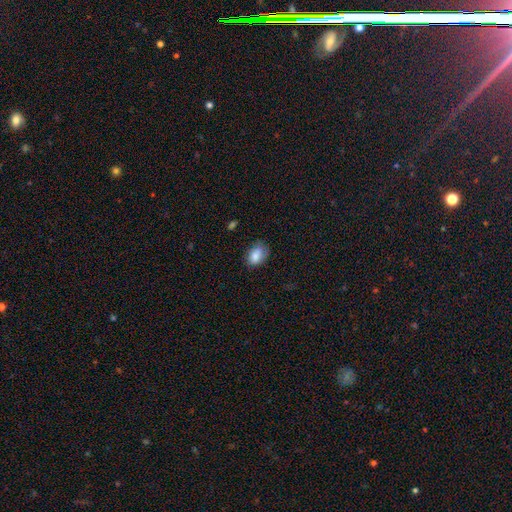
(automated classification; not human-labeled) Q: Smooth or featured?
A: smooth (83%); runner-up: featured or disk (9%)
Q: How rounded?
A: in between (84%); runner-up: round (14%)
Q: Merging?
A: none (63%); runner-up: minor disturbance (28%)